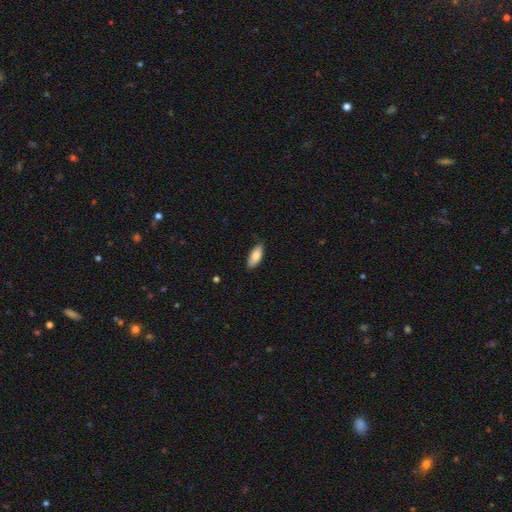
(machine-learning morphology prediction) Smooth or featured: smooth — 82% (featured or disk — 12%)
How rounded: in between — 81% (cigar-shaped — 17%)
Merging: none — 79% (minor disturbance — 18%)